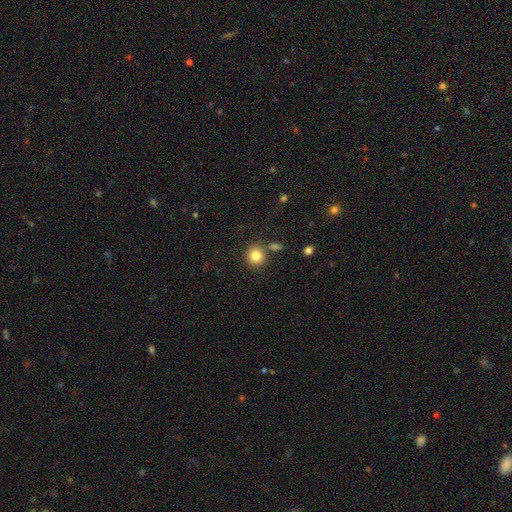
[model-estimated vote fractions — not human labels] This is clearly a smooth galaxy (84%). How rounded: clearly round (86%). Merging: likely none (77%).